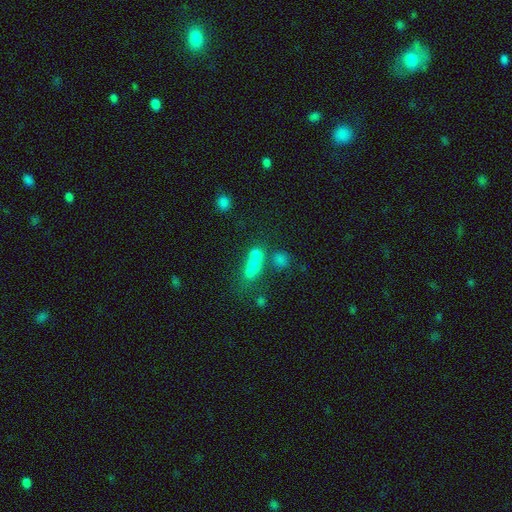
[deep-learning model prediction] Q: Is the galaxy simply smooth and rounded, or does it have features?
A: smooth — 61%.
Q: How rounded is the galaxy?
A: round — 61%.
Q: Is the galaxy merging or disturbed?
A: merger — 58%.